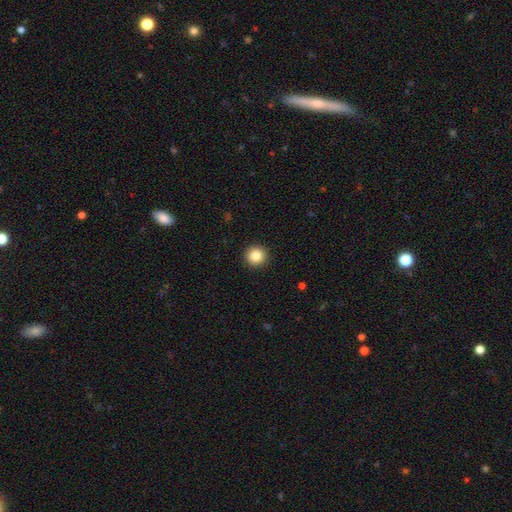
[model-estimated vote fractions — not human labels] A smooth galaxy with no disk features (86%) that is round (94%). Merging: none (92%).